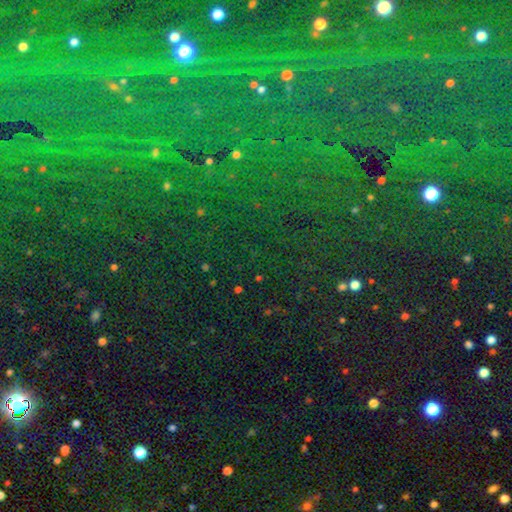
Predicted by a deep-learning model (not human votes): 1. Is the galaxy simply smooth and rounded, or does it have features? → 80% star or artifact, 11% smooth, 9% featured or disk.